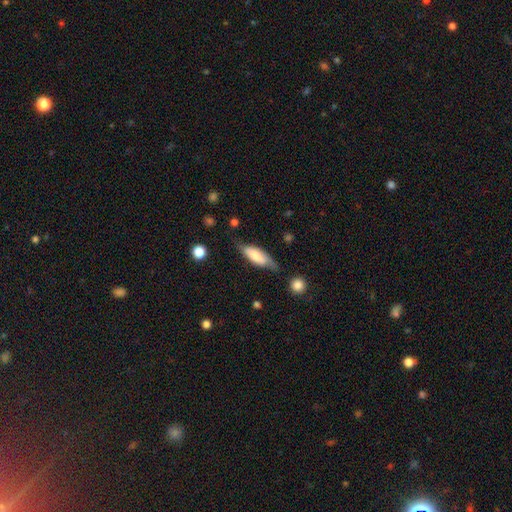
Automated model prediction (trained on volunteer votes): smooth-or-featured: smooth: 60% | featured or disk: 34% | star or artifact: 6%
  how-rounded: in between: 61% | cigar-shaped: 37% | round: 2%
  merging: none: 61% | minor disturbance: 28% | major disturbance: 8% | merger: 3%